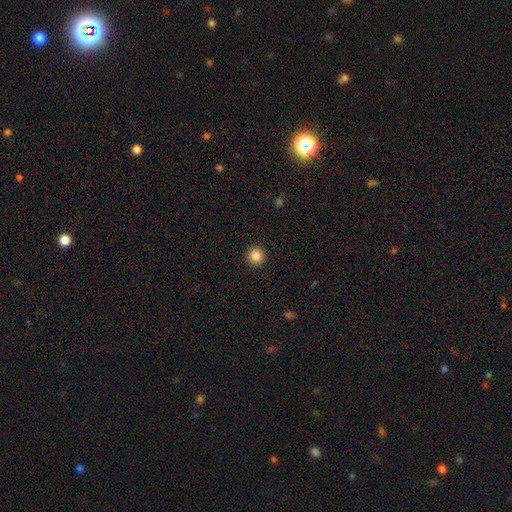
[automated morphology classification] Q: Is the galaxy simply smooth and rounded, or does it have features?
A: smooth — 85%.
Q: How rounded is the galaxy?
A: round — 95%.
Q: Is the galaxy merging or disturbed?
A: none — 93%.